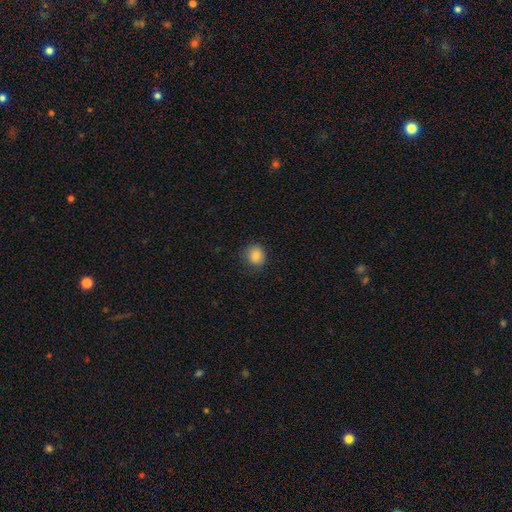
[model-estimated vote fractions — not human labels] smooth_or_featured: smooth (p=0.86) [alt: star or artifact p=0.09]
how_rounded: round (p=0.79) [alt: in between p=0.20]
merging: none (p=0.82) [alt: minor disturbance p=0.14]